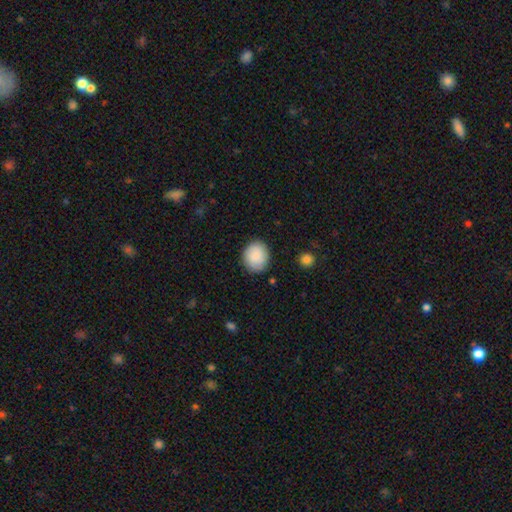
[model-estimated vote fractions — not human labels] A smooth galaxy with no disk features (85%) that is round (77%).

Vote fractions:
- Smooth or featured? smooth: 85% / featured or disk: 8% / star or artifact: 6%
- How rounded? round: 77% / in between: 22% / cigar-shaped: 1%
- Merging? none: 86% / minor disturbance: 10% / major disturbance: 3% / merger: 1%